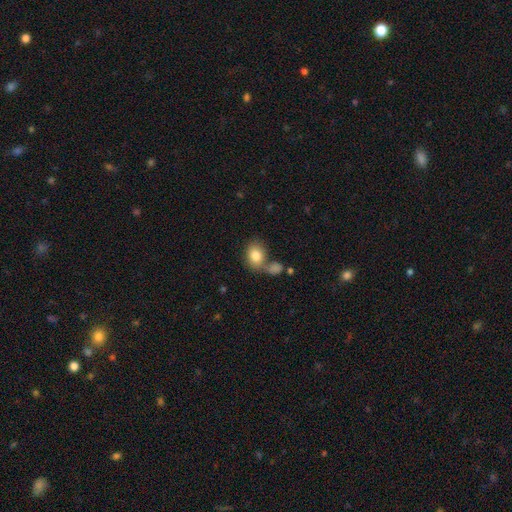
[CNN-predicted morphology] smooth 82%, featured or disk 10%, star or artifact 8%. Down the decision tree: how rounded — in between (58%); merging — none (47%).